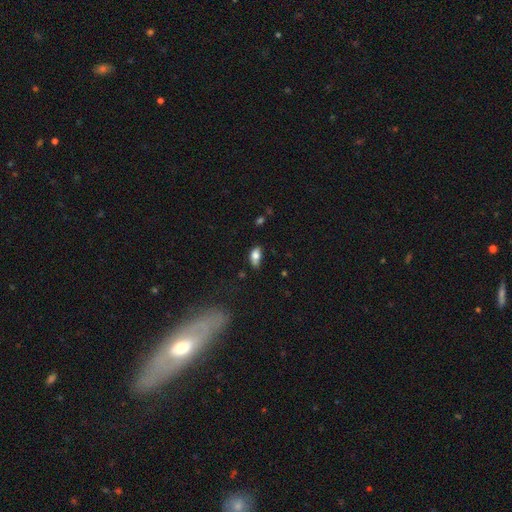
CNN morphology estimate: smooth 74%, featured or disk 16%, star or artifact 9%. Down the decision tree: how rounded — in between (87%); merging — none (49%).